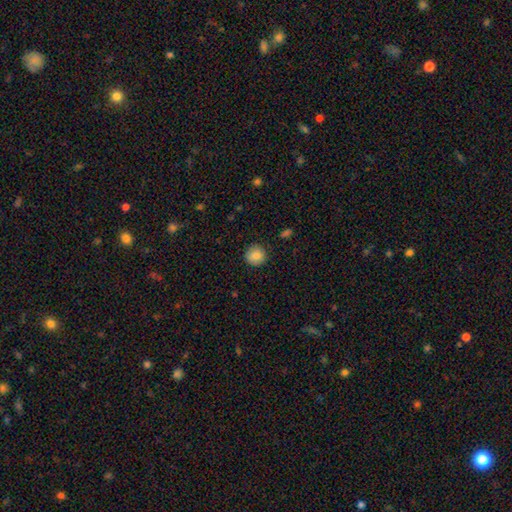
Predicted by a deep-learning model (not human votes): Q: Smooth or featured?
A: smooth (84%); runner-up: star or artifact (9%)
Q: How rounded?
A: round (90%); runner-up: in between (9%)
Q: Merging?
A: none (88%); runner-up: minor disturbance (9%)